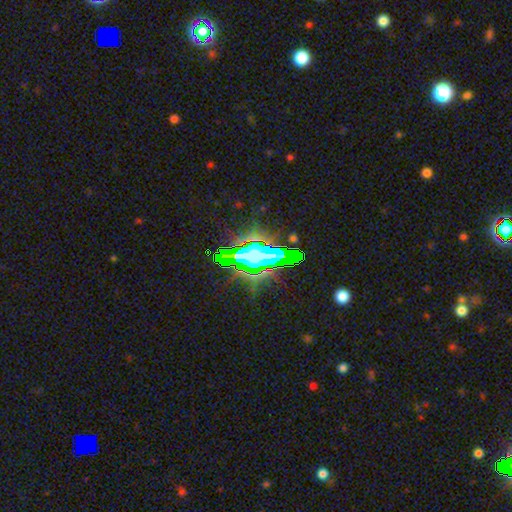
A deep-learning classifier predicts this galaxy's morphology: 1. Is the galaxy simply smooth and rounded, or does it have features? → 63% star or artifact, 21% smooth, 16% featured or disk.